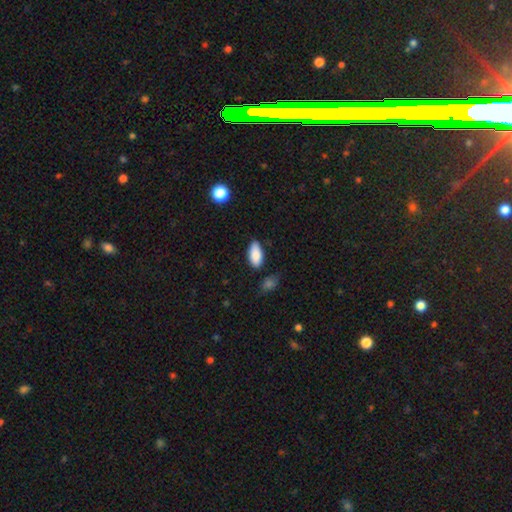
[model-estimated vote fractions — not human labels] Smooth or featured? smooth (86%)
How rounded? in between (91%)
Merging? none (74%)